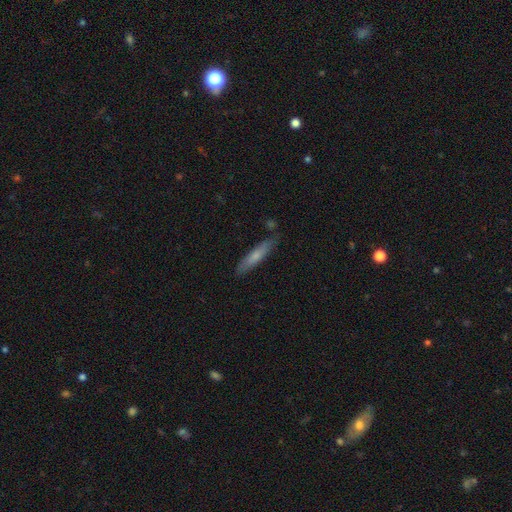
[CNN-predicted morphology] Smooth or featured: smooth — 67% (featured or disk — 28%)
How rounded: cigar-shaped — 88% (in between — 11%)
Merging: none — 82% (minor disturbance — 13%)